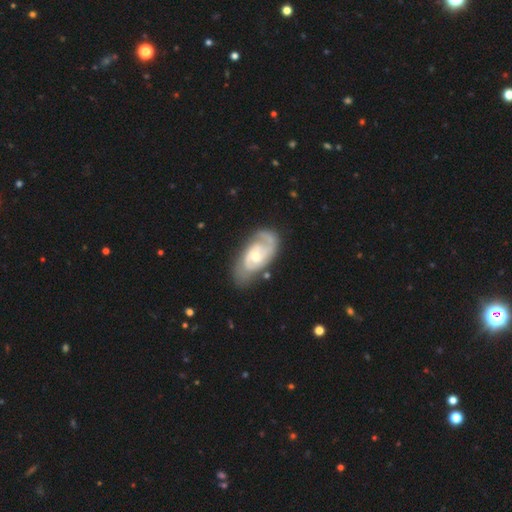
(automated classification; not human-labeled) A featured or disk galaxy (86%) with a weak bar (46%, tied with no), 2 (73%) tight (44%, tied with medium) spiral arms (96%) and a moderate central bulge (50%). Merging: none (69%).